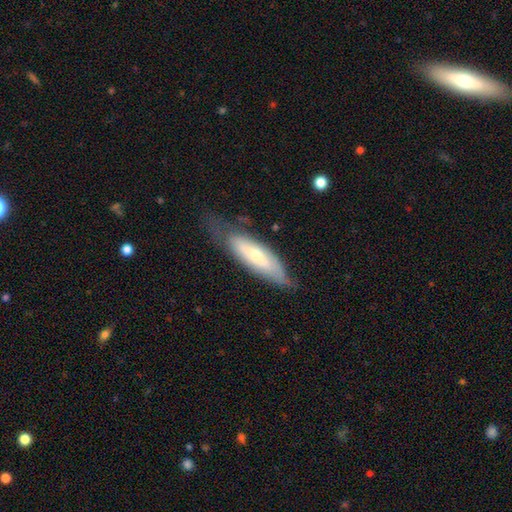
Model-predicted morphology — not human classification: This is possibly a smooth galaxy (49%). Merging: possibly none (56%).